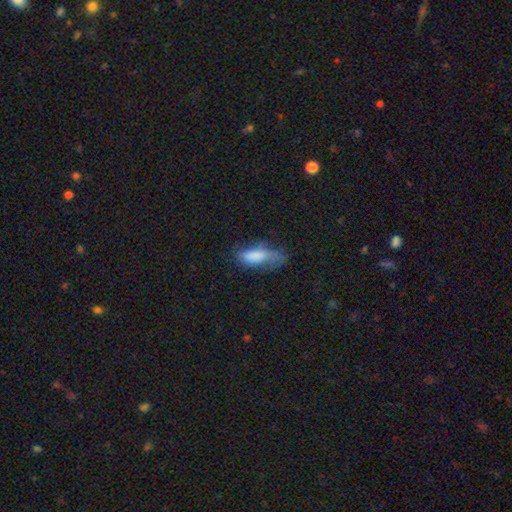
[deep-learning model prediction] smooth-or-featured: smooth: 75% | featured or disk: 17% | star or artifact: 9%
  how-rounded: in between: 69% | cigar-shaped: 29% | round: 3%
  merging: none: 35% | minor disturbance: 33% | major disturbance: 28% | merger: 3%